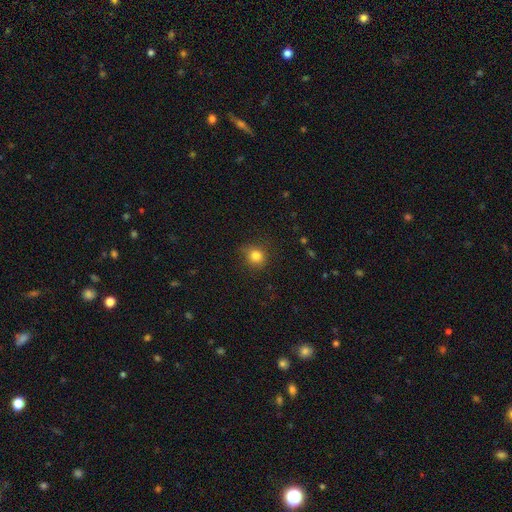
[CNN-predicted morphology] This is clearly a smooth galaxy (82%). How rounded: clearly round (85%). Merging: likely none (80%).